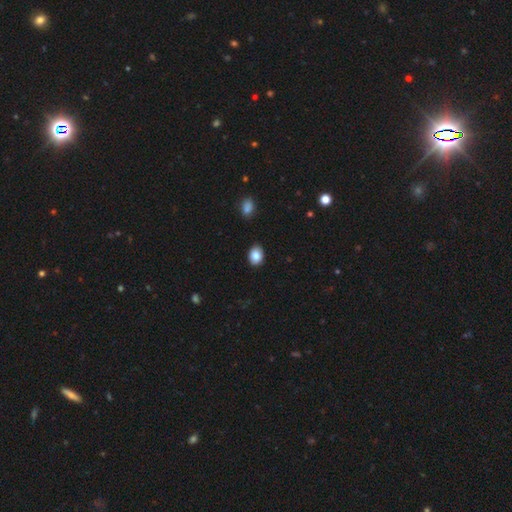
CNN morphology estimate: Smooth or featured: smooth — 85% (star or artifact — 8%)
How rounded: in between — 66% (round — 33%)
Merging: none — 87% (minor disturbance — 9%)